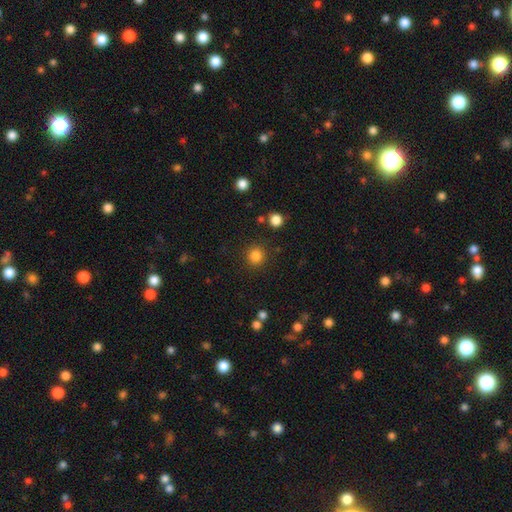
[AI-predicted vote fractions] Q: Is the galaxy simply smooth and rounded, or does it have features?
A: smooth — 84%.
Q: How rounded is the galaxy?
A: round — 93%.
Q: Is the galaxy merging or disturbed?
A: none — 89%.